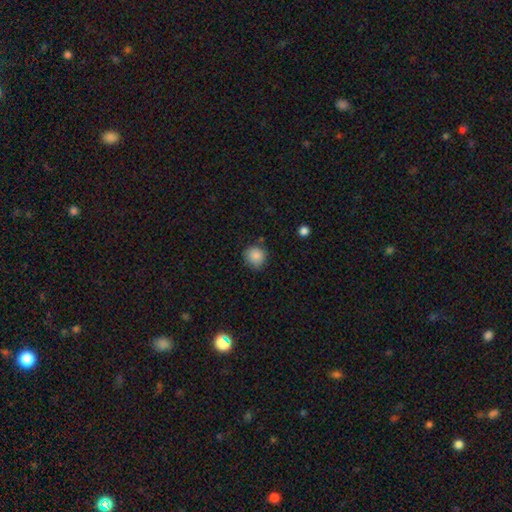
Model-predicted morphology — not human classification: type=smooth (86%); roundness=round (87%); merging=none (77%).